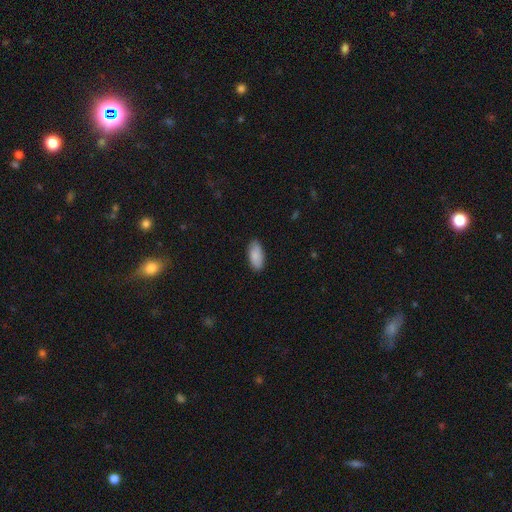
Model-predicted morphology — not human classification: Smooth or featured: smooth — 89% (star or artifact — 6%)
How rounded: in between — 91% (cigar-shaped — 7%)
Merging: none — 88% (minor disturbance — 9%)